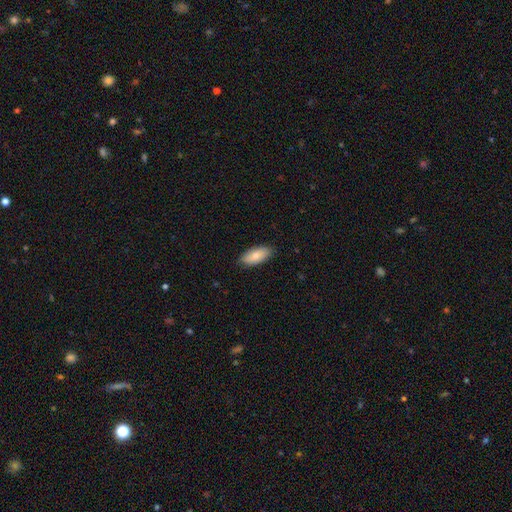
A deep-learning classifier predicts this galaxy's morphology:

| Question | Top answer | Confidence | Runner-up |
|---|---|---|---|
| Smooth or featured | smooth | 79% | featured or disk (15%) |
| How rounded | in between | 89% | cigar-shaped (9%) |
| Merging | none | 86% | minor disturbance (11%) |